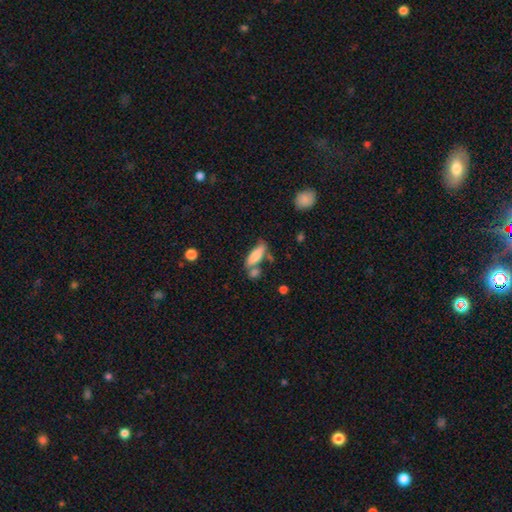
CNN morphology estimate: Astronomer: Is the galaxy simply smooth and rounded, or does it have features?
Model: smooth — 78%.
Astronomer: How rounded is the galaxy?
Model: in between — 54% (runner-up: cigar-shaped, 43%).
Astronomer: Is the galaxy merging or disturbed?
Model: none — 55%.